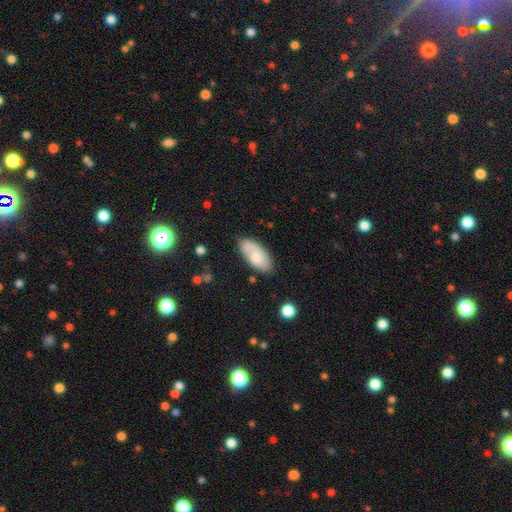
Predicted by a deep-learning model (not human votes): Overall: smooth (68%). How rounded: in between (91%). Merging: none (69%).